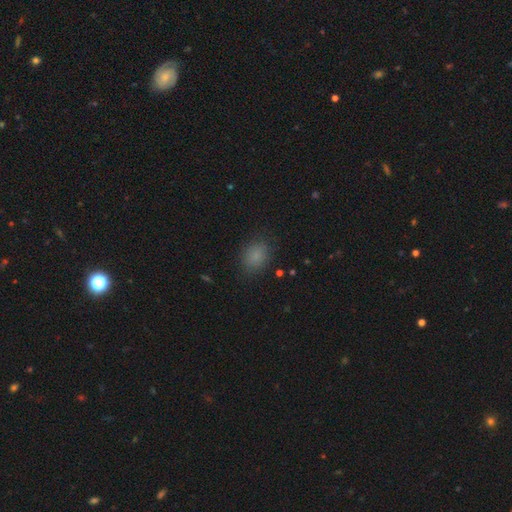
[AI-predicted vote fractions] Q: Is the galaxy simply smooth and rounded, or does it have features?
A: smooth — 83%.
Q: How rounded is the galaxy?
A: in between — 59%.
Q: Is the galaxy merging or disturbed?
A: none — 82%.